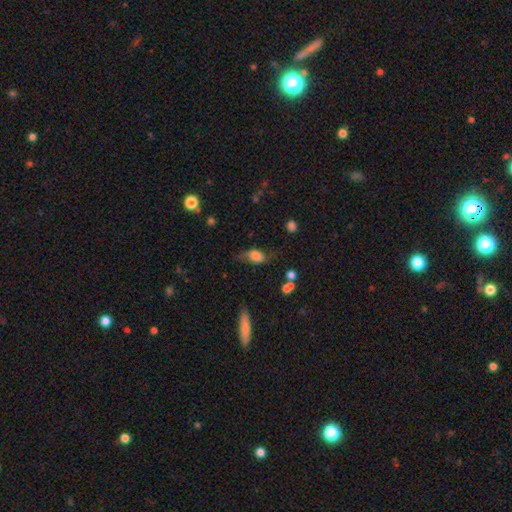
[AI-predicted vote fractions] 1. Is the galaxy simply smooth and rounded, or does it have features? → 60% smooth, 30% featured or disk, 10% star or artifact.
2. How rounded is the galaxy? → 82% in between, 11% round, 7% cigar-shaped.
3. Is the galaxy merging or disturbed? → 50% none, 27% minor disturbance, 19% major disturbance, 3% merger.